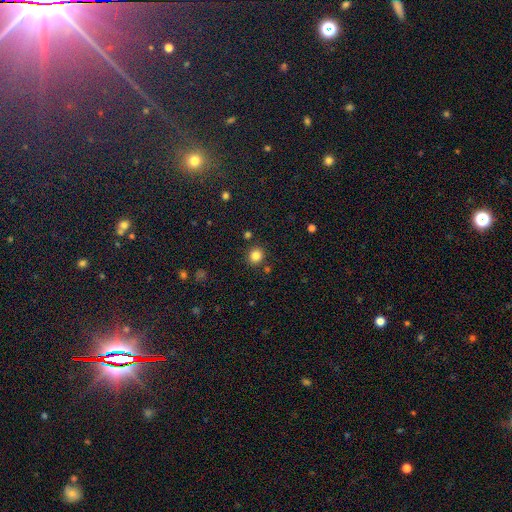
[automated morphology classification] type=smooth (84%); roundness=round (85%); merging=none (87%).